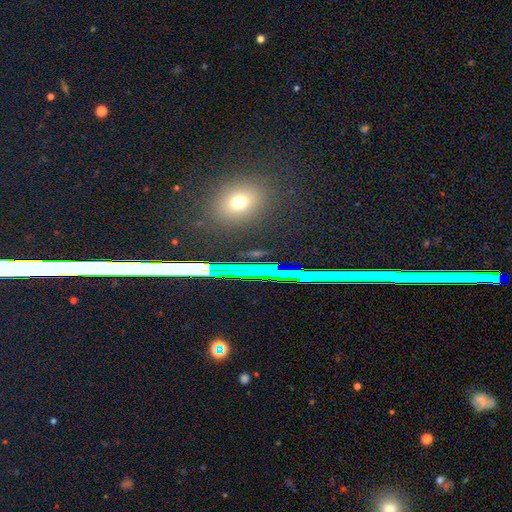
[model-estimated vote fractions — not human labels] Morphology: type=smooth (48%); merging=none (89%).